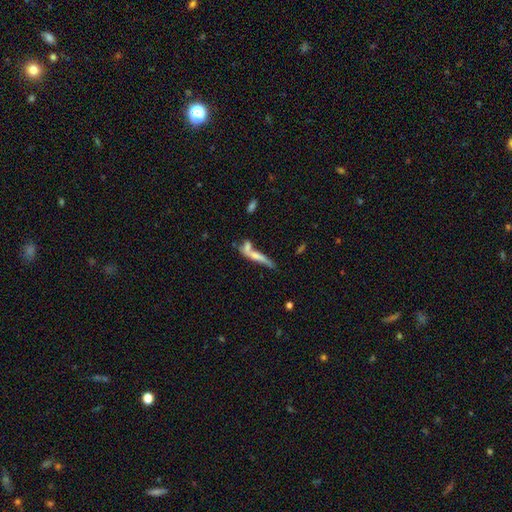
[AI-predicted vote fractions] A smooth galaxy with no disk features (48%). Merging: merger (38%).